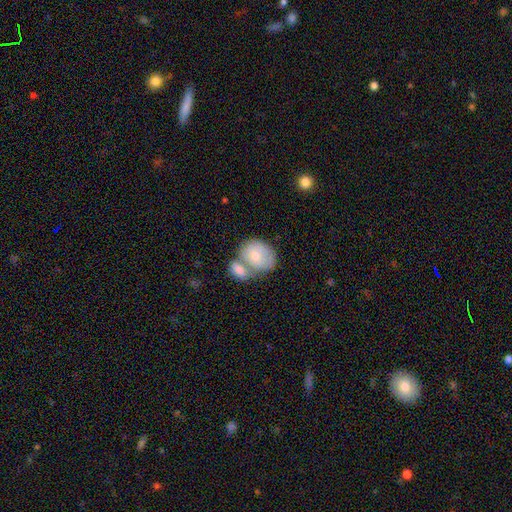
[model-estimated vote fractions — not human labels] smooth 68%, featured or disk 26%, star or artifact 6%. Down the decision tree: how rounded — round (51%); merging — merger (57%).